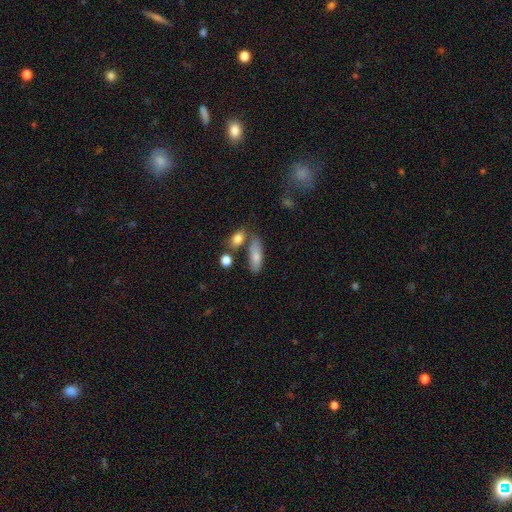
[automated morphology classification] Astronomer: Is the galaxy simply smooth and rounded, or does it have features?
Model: smooth — 77%.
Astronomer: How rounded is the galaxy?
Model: in between — 69%.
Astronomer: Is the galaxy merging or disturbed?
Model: none — 61%.